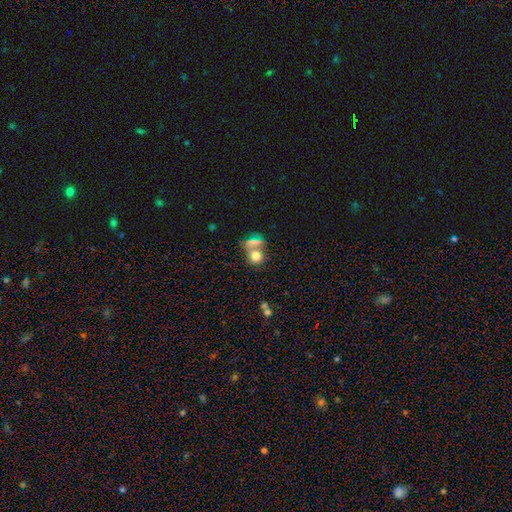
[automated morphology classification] Smooth or featured?
  - smooth: 74% *
  - featured or disk: 14%
  - star or artifact: 12%
How rounded?
  - round: 66% *
  - in between: 30%
  - cigar-shaped: 4%
Merging?
  - merger: 45% *
  - none: 40%
  - minor disturbance: 9%
  - major disturbance: 6%